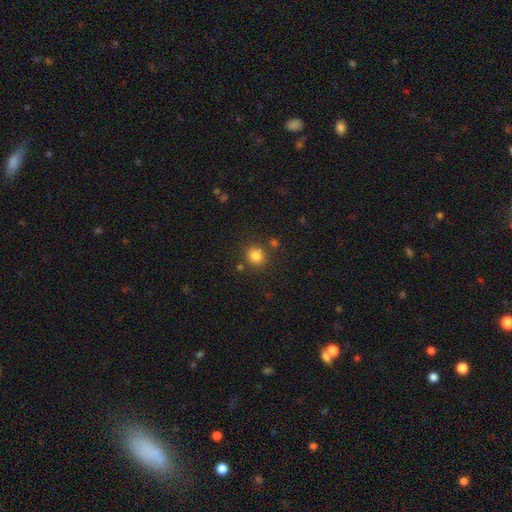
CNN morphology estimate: A smooth galaxy with no disk features (84%) that is round (90%). Merging: none (82%).